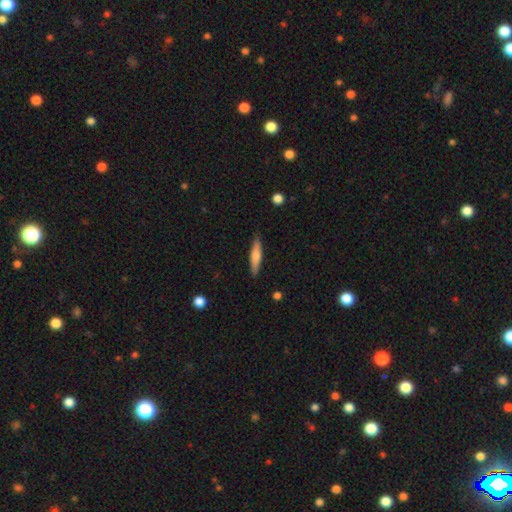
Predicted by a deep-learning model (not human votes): Smooth or featured?
  - smooth: 58% *
  - featured or disk: 36%
  - star or artifact: 6%
How rounded?
  - cigar-shaped: 86% *
  - in between: 13%
  - round: 2%
Merging?
  - none: 87% *
  - minor disturbance: 10%
  - major disturbance: 2%
  - merger: 1%